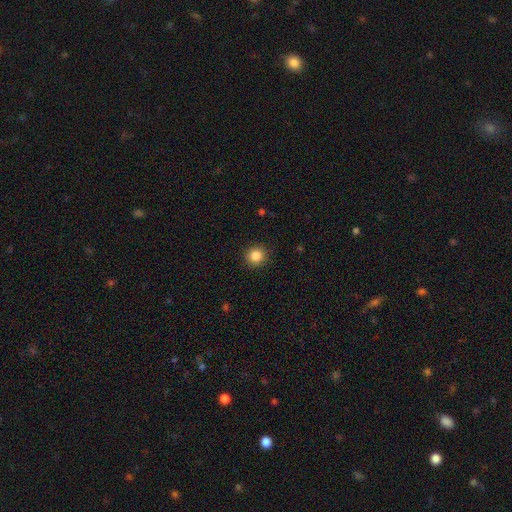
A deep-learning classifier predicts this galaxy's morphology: Smooth or featured? Predicted: smooth (p=0.85). How rounded? Predicted: round (p=0.92). Merging? Predicted: none (p=0.91).